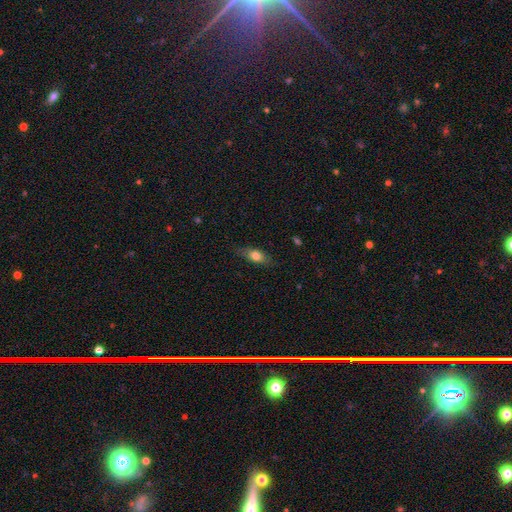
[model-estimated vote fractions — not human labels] smooth 71%, featured or disk 22%, star or artifact 7%. Down the decision tree: how rounded — in between (70%); merging — none (78%).